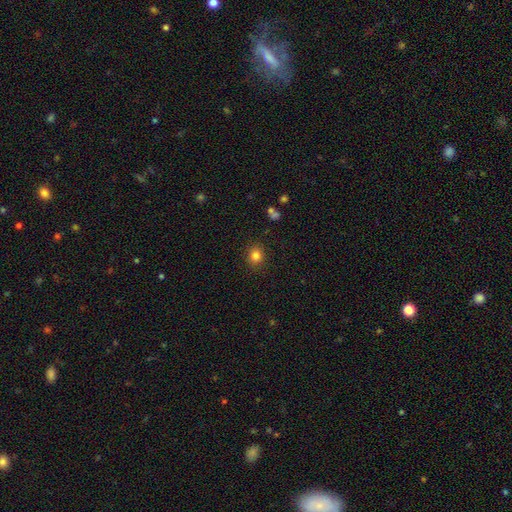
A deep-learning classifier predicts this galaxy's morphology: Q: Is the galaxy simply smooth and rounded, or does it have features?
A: smooth — 82%.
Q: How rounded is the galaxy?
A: round — 75%.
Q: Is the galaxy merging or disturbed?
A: none — 88%.